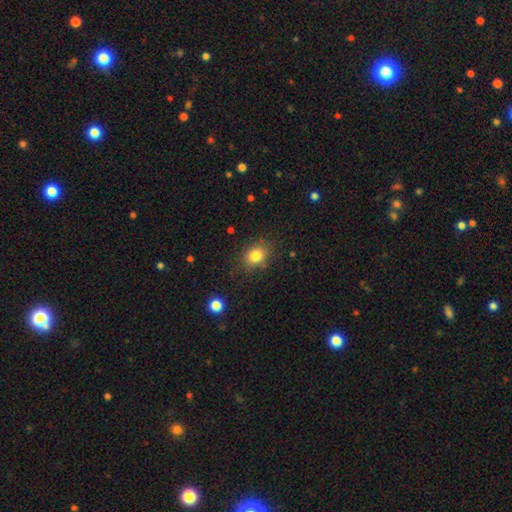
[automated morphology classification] Smooth or featured? smooth (81%)
How rounded? in between (54%)
Merging? none (82%)